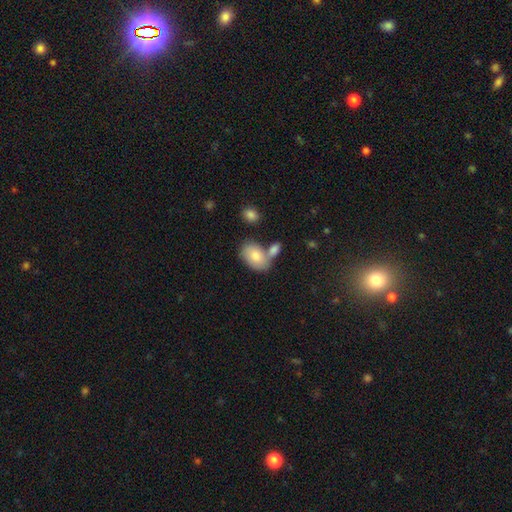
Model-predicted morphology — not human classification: smooth 79%, featured or disk 15%, star or artifact 6%. Down the decision tree: how rounded — in between (88%); merging — none (48%).